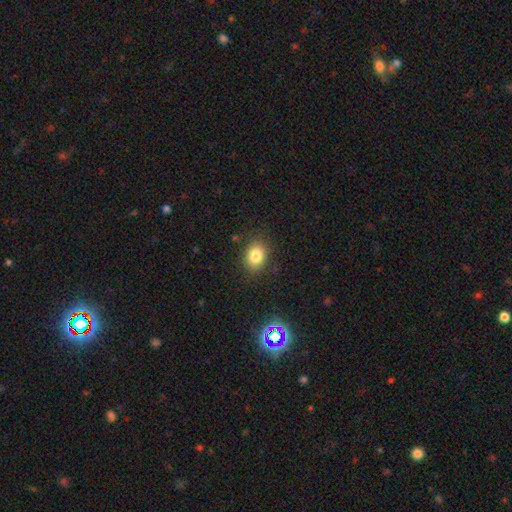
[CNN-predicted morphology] Smooth or featured: smooth — 82% (star or artifact — 11%)
How rounded: in between — 54% (round — 45%)
Merging: none — 84% (minor disturbance — 11%)